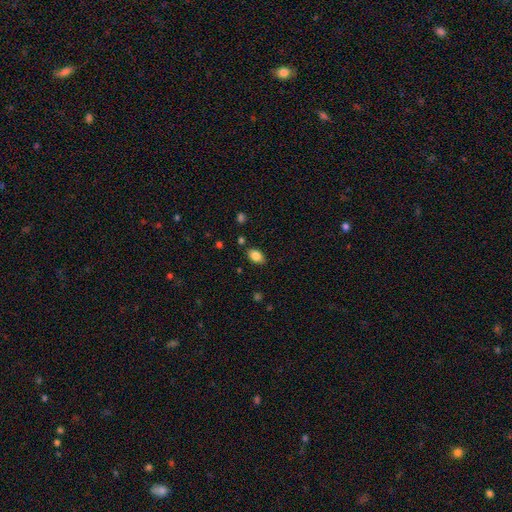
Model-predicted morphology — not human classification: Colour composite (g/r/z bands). It shows a smooth galaxy with no disk features (84%) that is in between round and cigar-shaped (88%). Merging: none (83%).